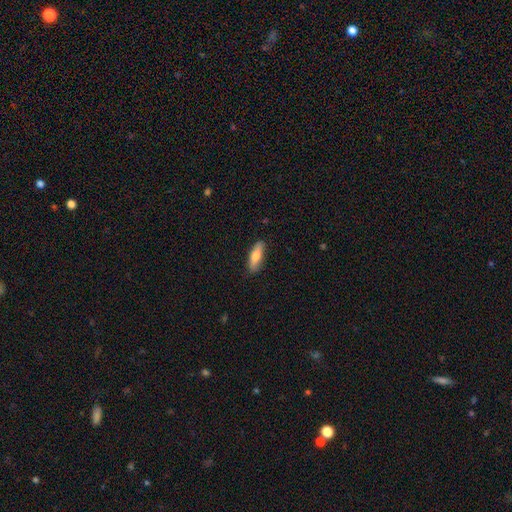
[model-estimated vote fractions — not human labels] This appears to be a smooth galaxy with no disk features (75%) that is in between round and cigar-shaped (54%). Merging: none (86%).